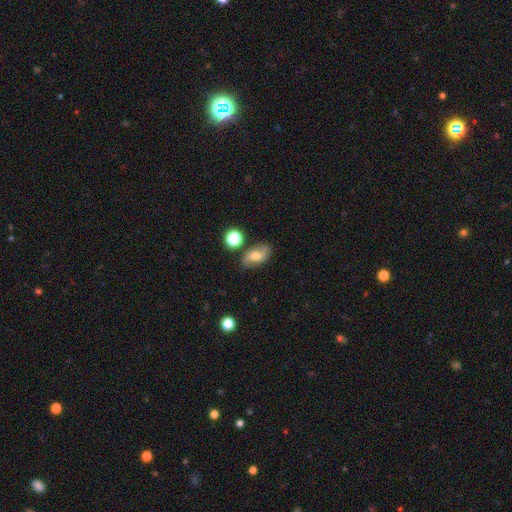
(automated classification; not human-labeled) This is possibly a smooth galaxy (58%). How rounded: clearly in between (84%). Merging: likely none (75%).